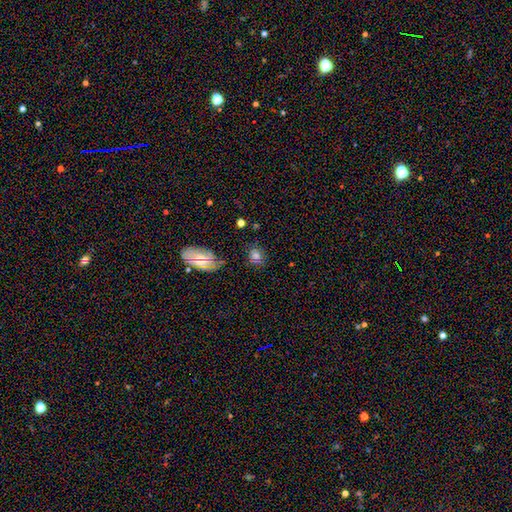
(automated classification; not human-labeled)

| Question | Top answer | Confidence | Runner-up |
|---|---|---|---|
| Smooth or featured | smooth | 69% | star or artifact (19%) |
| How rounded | round | 55% | in between (43%) |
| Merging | none | 78% | minor disturbance (15%) |